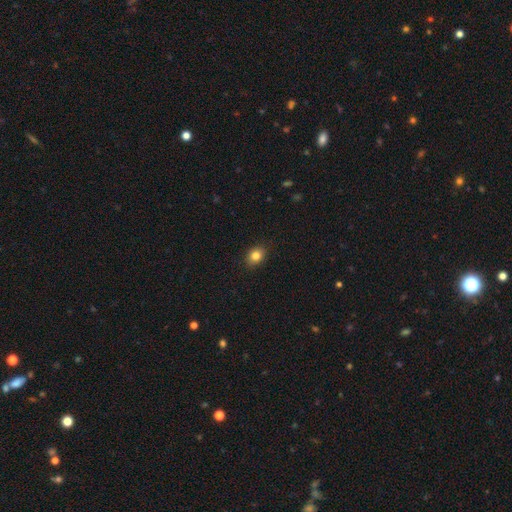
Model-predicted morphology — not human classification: Smooth or featured? Predicted: smooth (p=0.83). How rounded? Predicted: in between (p=0.61). Merging? Predicted: none (p=0.88).